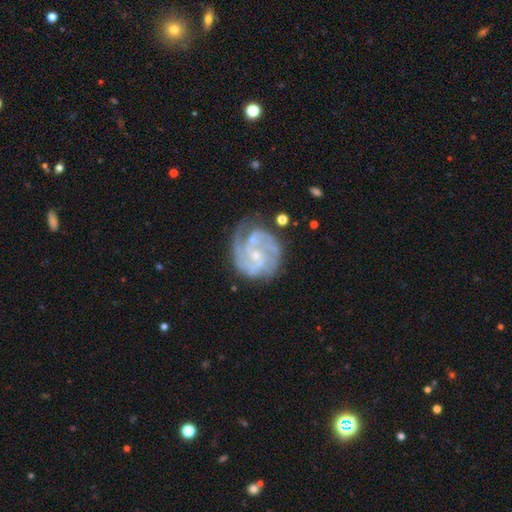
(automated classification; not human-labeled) The model was most divided on "spiral arm count": 3: 42%, 2: 25%, can't tell: 12%, 4: 11%, 1: 5%, more than 4: 5%. More confident: edge-on disk — no (98%); spiral arms — yes (97%); smooth or featured — featured or disk (89%); bulge size — small (75%); merging — none (71%); bar — no (63%); spiral winding — tight (56%).